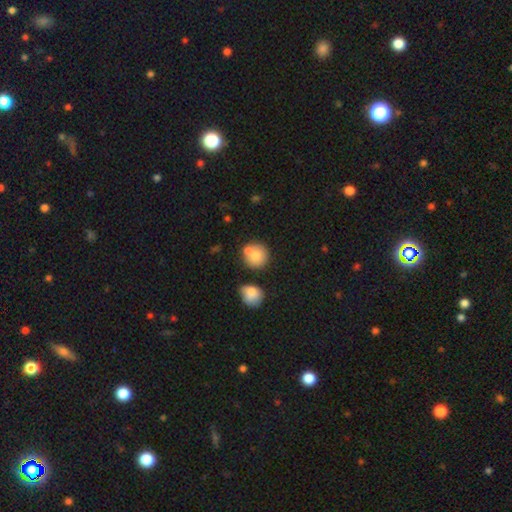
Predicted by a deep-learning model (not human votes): A smooth galaxy with no disk features (78%) that is round (91%). Merging: none (60%).